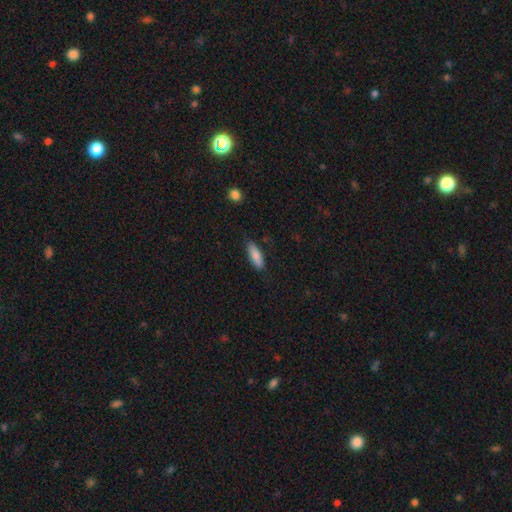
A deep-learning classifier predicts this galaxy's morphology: smooth-or-featured: smooth: 86% | featured or disk: 8% | star or artifact: 6%
  how-rounded: in between: 59% | cigar-shaped: 39% | round: 2%
  merging: none: 80% | minor disturbance: 16% | major disturbance: 3% | merger: 1%